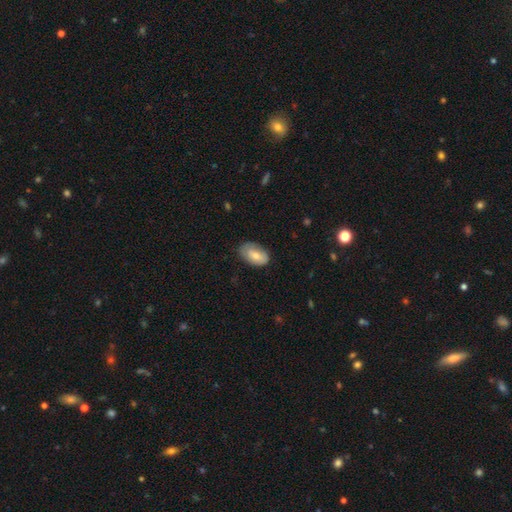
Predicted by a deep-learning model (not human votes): smooth 71%, featured or disk 23%, star or artifact 6%. Down the decision tree: how rounded — in between (92%); merging — none (70%).